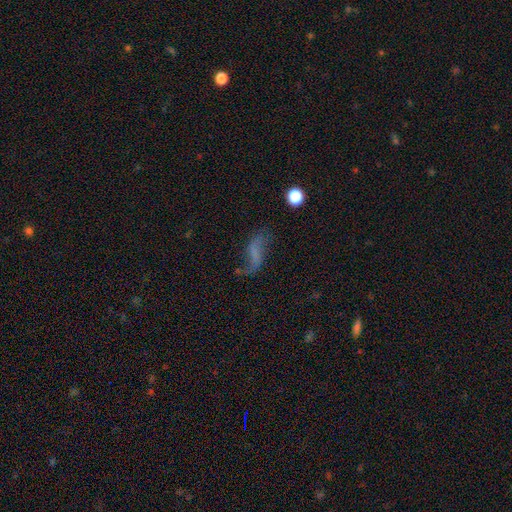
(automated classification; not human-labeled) Smooth or featured?
  - featured or disk: 62% *
  - smooth: 24%
  - star or artifact: 14%
Edge-on disk?
  - no: 93% *
  - yes: 7%
Bar?
  - no: 45% *
  - weak: 33%
  - strong: 23%
Spiral arms?
  - yes: 82% *
  - no: 18%
Bulge size?
  - none: 73% *
  - small: 16%
  - moderate: 6%
  - large: 3%
  - dominant: 2%
Merging?
  - none: 59% *
  - minor disturbance: 19%
  - major disturbance: 17%
  - merger: 4%